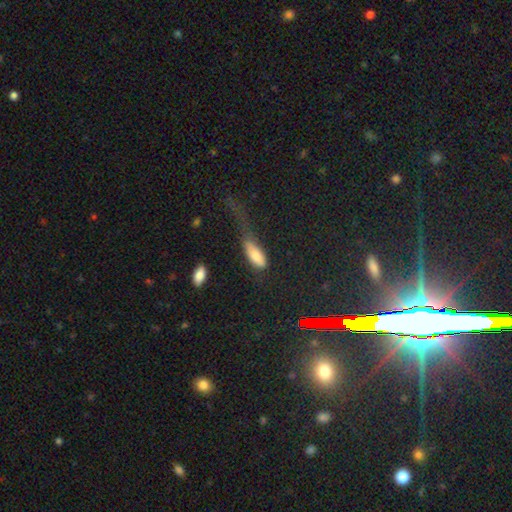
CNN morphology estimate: This appears to be a smooth galaxy with no disk features (75%) that is in between round and cigar-shaped (72%). Merging: major disturbance (46%).